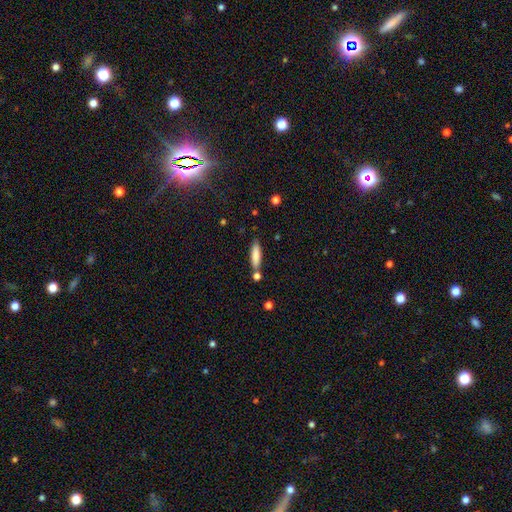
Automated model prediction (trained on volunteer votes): smooth_or_featured: smooth (p=0.81) [alt: featured or disk p=0.12]
how_rounded: cigar-shaped (p=0.66) [alt: in between p=0.33]
merging: none (p=0.73) [alt: minor disturbance p=0.13]